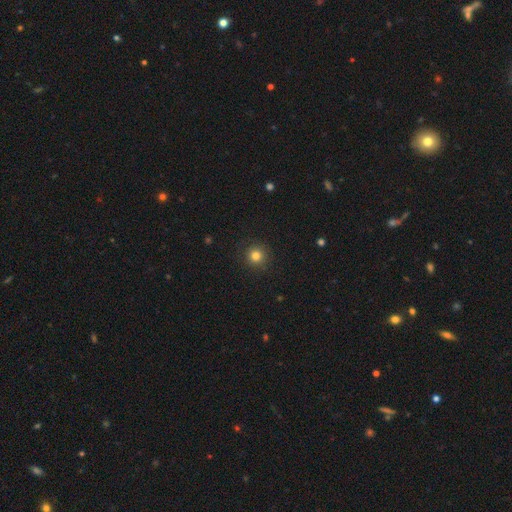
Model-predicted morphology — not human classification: This appears to be a smooth galaxy with no disk features (82%) that is round (94%). Merging: none (91%).